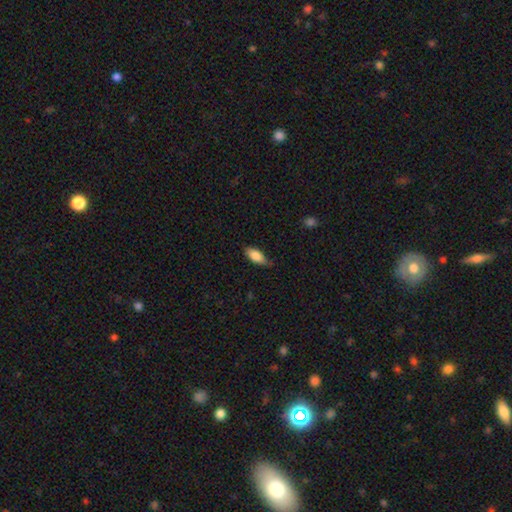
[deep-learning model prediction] Smooth or featured: smooth — 82% (featured or disk — 12%)
How rounded: in between — 82% (cigar-shaped — 16%)
Merging: none — 70% (minor disturbance — 24%)